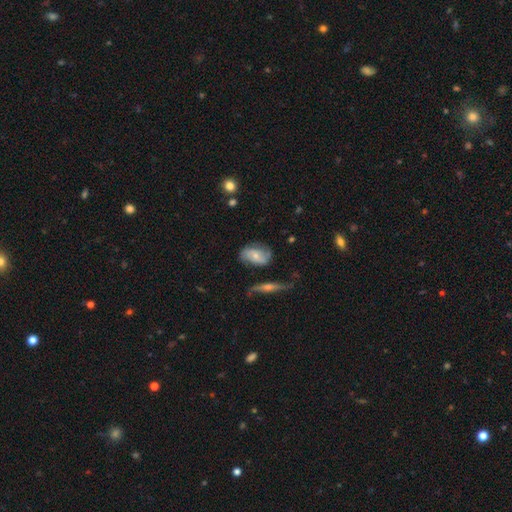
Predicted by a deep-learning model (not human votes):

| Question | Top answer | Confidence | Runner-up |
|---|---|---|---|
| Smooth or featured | featured or disk | 54% | smooth (39%) |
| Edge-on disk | no | 89% | yes (11%) |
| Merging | none | 58% | minor disturbance (25%) |